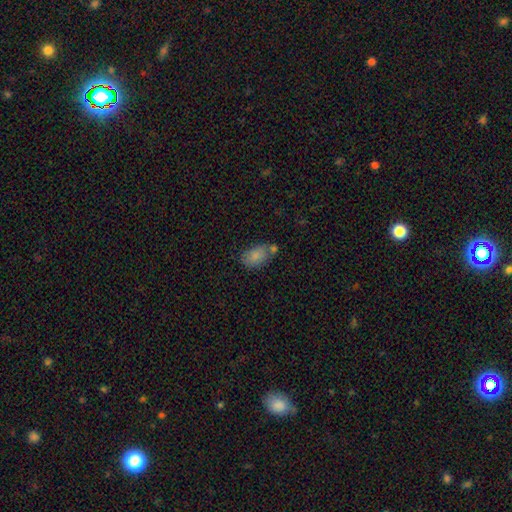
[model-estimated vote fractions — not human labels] smooth 82%, featured or disk 9%, star or artifact 8%. Down the decision tree: how rounded — in between (87%); merging — none (46%).